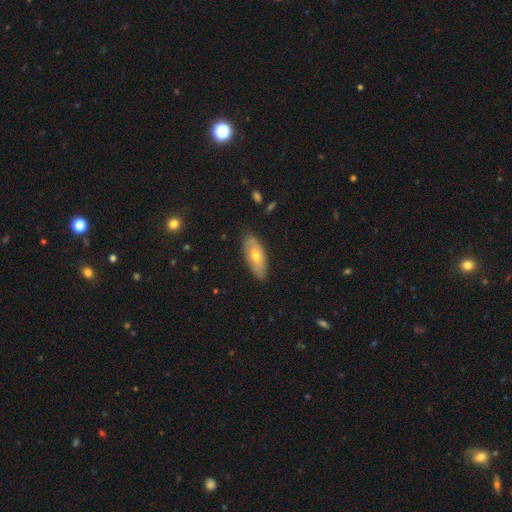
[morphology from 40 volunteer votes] Smooth or featured?
  - smooth: 52% *
  - featured or disk: 40%
  - star or artifact: 8%
How rounded?
  - in between: 81% *
  - cigar-shaped: 19%
  - round: 0%
Merging?
  - none: 81% *
  - minor disturbance: 19%
  - major disturbance: 0%
  - merger: 0%